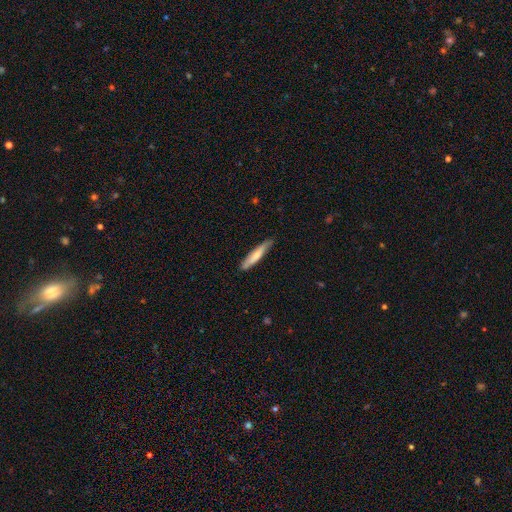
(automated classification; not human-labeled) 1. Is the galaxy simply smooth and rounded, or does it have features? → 68% smooth, 27% featured or disk, 5% star or artifact.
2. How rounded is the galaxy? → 91% cigar-shaped, 8% in between, 1% round.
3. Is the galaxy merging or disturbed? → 82% none, 14% minor disturbance, 2% major disturbance, 1% merger.